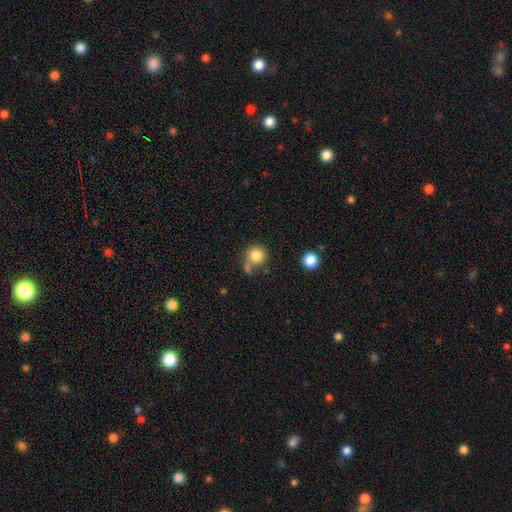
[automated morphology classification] type=smooth (82%); roundness=round (89%); merging=none (52%).